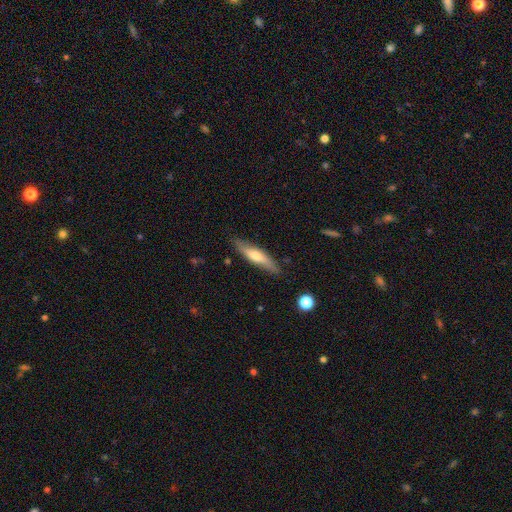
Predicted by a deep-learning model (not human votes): A smooth galaxy with no disk features (50%). Merging: none (82%).